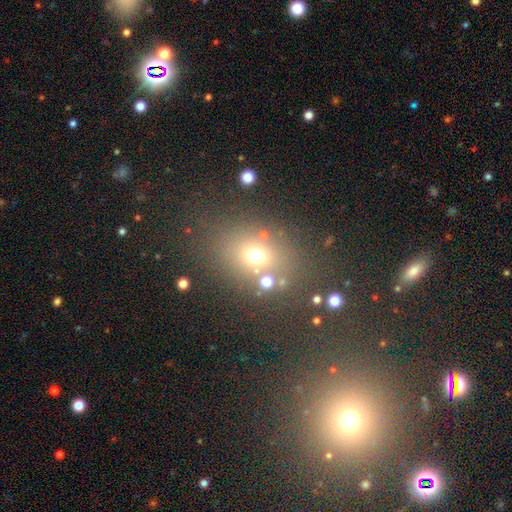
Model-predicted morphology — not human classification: The model was most divided on "how rounded": round: 57%, in between: 42%, cigar-shaped: 1%. More confident: merging — none (71%); smooth or featured — smooth (64%).